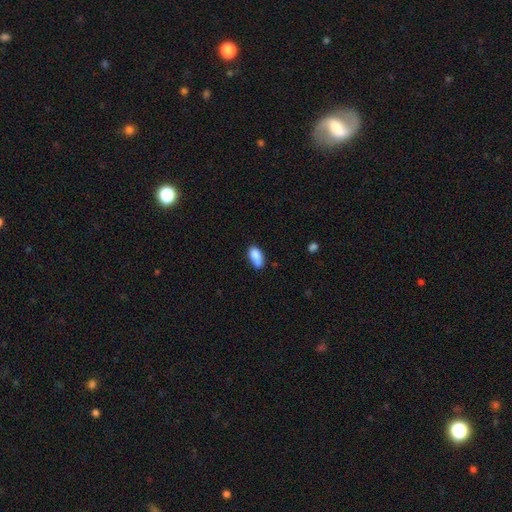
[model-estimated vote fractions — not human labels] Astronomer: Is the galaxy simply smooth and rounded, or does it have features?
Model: smooth — 83%.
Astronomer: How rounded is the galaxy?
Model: in between — 90%.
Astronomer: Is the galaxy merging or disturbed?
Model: none — 56% (runner-up: minor disturbance, 31%).